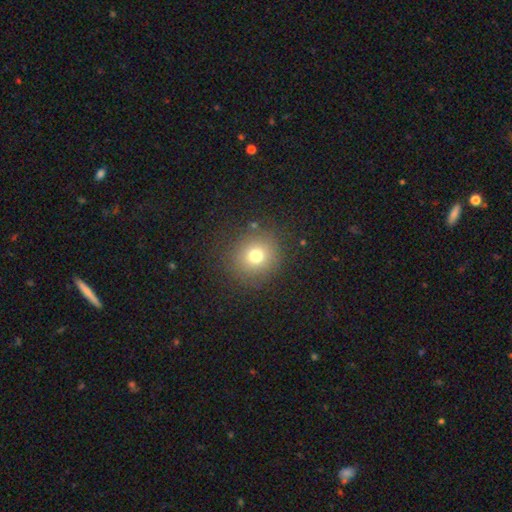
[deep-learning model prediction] Smooth or featured?
  - smooth: 73% *
  - star or artifact: 17%
  - featured or disk: 11%
How rounded?
  - round: 91% *
  - in between: 8%
  - cigar-shaped: 1%
Merging?
  - none: 86% *
  - minor disturbance: 8%
  - major disturbance: 4%
  - merger: 1%